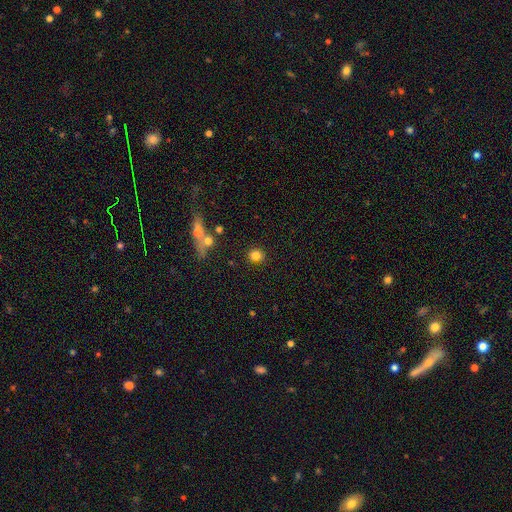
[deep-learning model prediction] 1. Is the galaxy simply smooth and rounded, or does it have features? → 80% smooth, 12% star or artifact, 8% featured or disk.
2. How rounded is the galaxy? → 85% round, 13% in between, 1% cigar-shaped.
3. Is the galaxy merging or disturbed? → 83% none, 8% minor disturbance, 6% merger, 3% major disturbance.